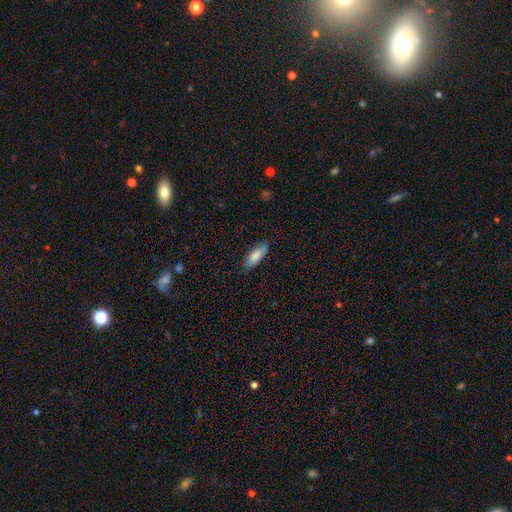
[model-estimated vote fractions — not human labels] The model was most divided on "how rounded": in between: 69%, cigar-shaped: 29%, round: 2%. More confident: smooth or featured — smooth (84%); merging — none (81%).